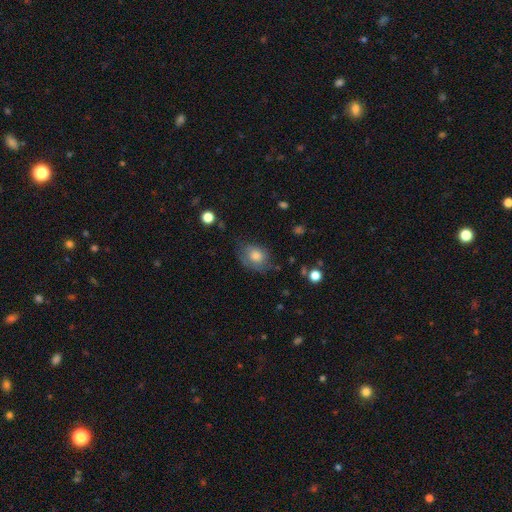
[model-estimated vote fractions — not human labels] smooth_or_featured: smooth (p=0.69) [alt: featured or disk p=0.21]
how_rounded: in between (p=0.53) [alt: round p=0.45]
merging: none (p=0.55) [alt: minor disturbance p=0.30]